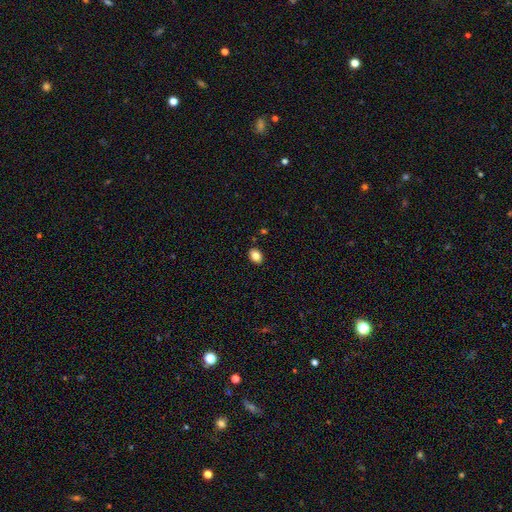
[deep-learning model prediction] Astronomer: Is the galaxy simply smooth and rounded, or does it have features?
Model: smooth — 84%.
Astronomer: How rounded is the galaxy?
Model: in between — 73%.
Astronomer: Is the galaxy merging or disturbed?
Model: none — 88%.